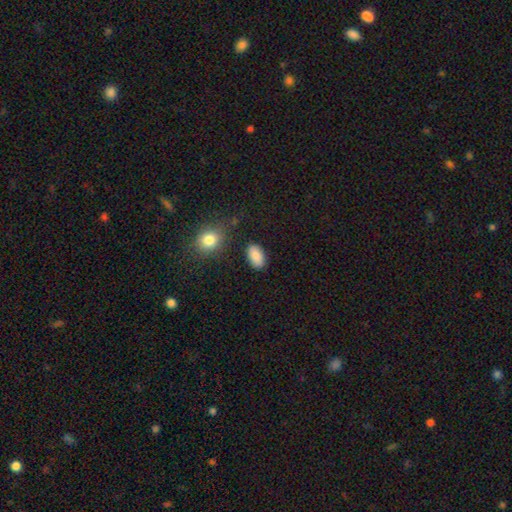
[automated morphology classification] A smooth galaxy with no disk features (89%) that is in between round and cigar-shaped (93%).

Vote fractions:
- Smooth or featured? smooth: 89% / star or artifact: 7% / featured or disk: 4%
- How rounded? in between: 93% / round: 5% / cigar-shaped: 2%
- Merging? none: 84% / minor disturbance: 11% / major disturbance: 3% / merger: 2%